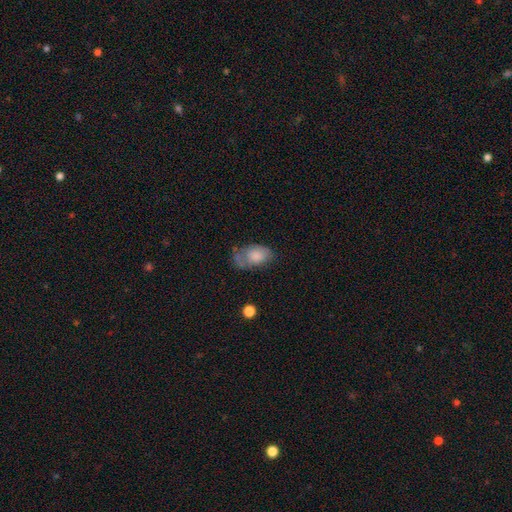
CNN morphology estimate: Overall: smooth (73%). How rounded: in between (91%). Merging: none (42%; minor disturbance 31%).